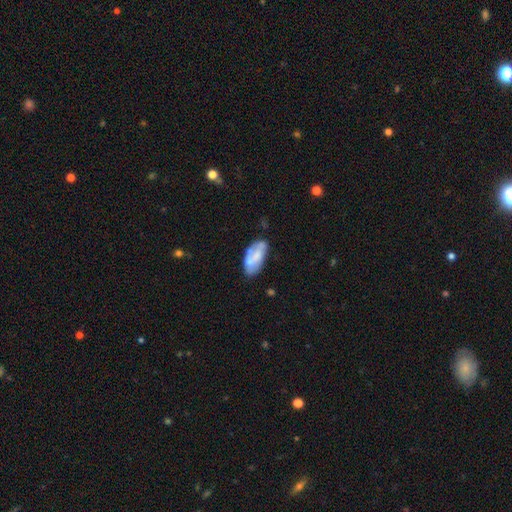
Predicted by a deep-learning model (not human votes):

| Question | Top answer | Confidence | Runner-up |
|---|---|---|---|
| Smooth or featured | smooth | 50% | featured or disk (43%) |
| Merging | none | 48% | minor disturbance (25%) |